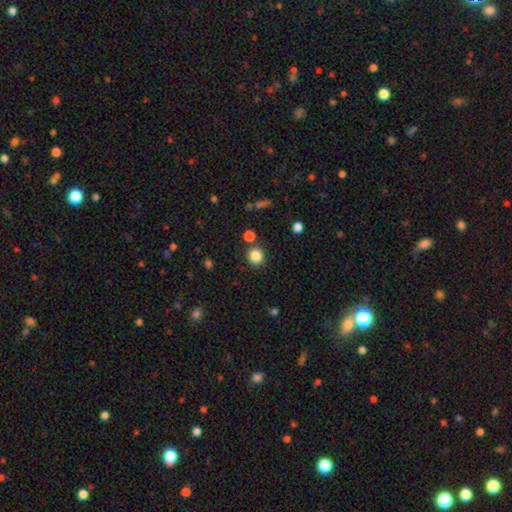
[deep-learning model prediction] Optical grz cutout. It shows a smooth galaxy with no disk features (84%) that is round (86%). Merging: none (84%).